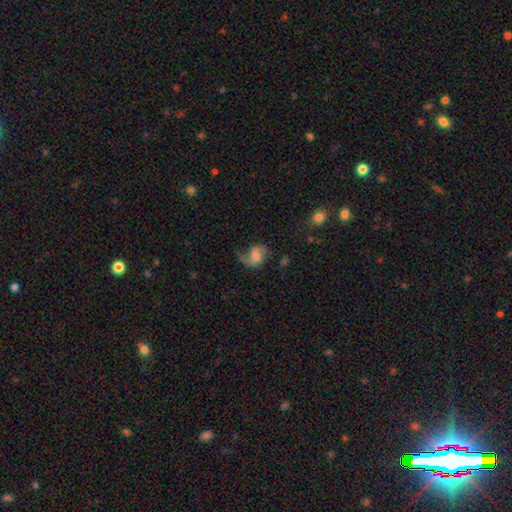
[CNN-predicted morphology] Smooth or featured? featured or disk (71%)
Edge-on disk? no (98%)
Bar? no (46%)
Spiral arms? yes (93%)
Spiral winding? loose (58%)
Spiral arm count? 2 (66%)
Bulge size? moderate (47%)
Merging? none (53%)